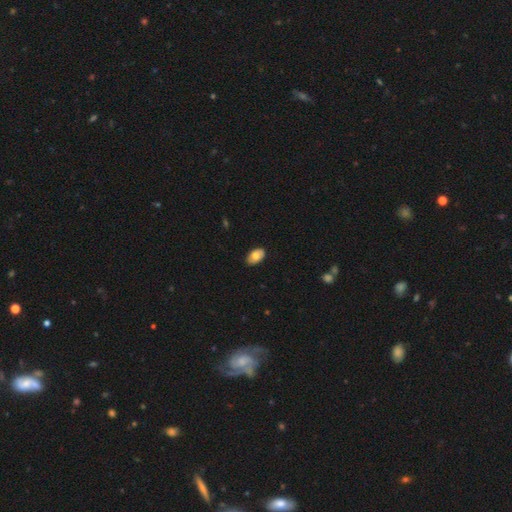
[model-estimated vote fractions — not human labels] Smooth or featured: smooth — 71% (featured or disk — 22%)
How rounded: in between — 92% (round — 7%)
Merging: none — 86% (minor disturbance — 11%)